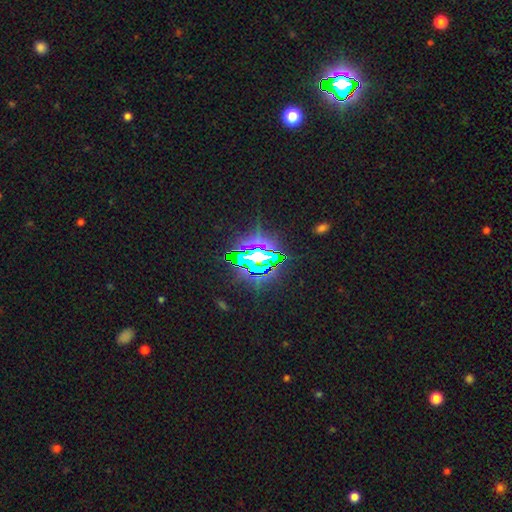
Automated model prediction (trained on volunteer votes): Q: Smooth or featured?
A: star or artifact (78%); runner-up: featured or disk (11%)